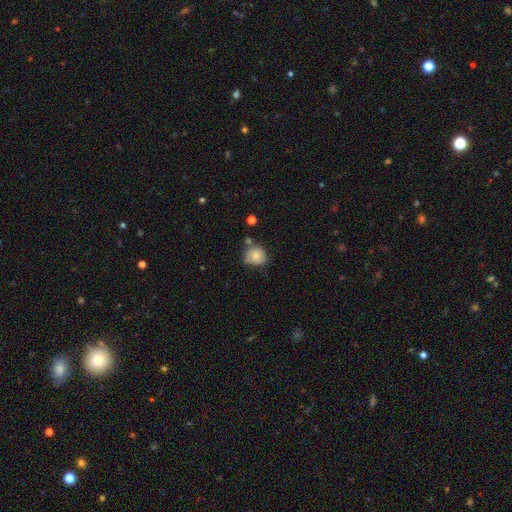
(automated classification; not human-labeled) Overall: smooth (75%). How rounded: round (78%). Merging: none (54%; minor disturbance 29%).